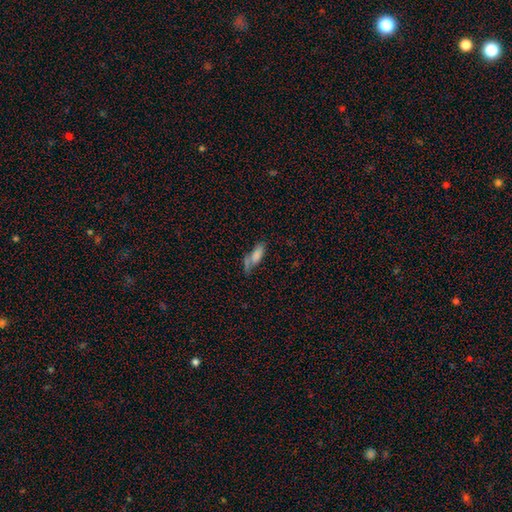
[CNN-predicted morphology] Smooth or featured: smooth — 78% (featured or disk — 11%)
How rounded: in between — 62% (cigar-shaped — 35%)
Merging: none — 47% (merger — 22%)